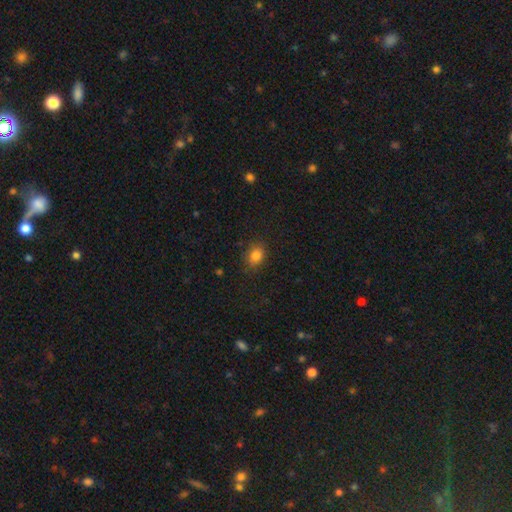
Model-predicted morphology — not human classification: Smooth or featured: smooth — 83% (star or artifact — 11%)
How rounded: in between — 52% (round — 47%)
Merging: none — 83% (minor disturbance — 13%)